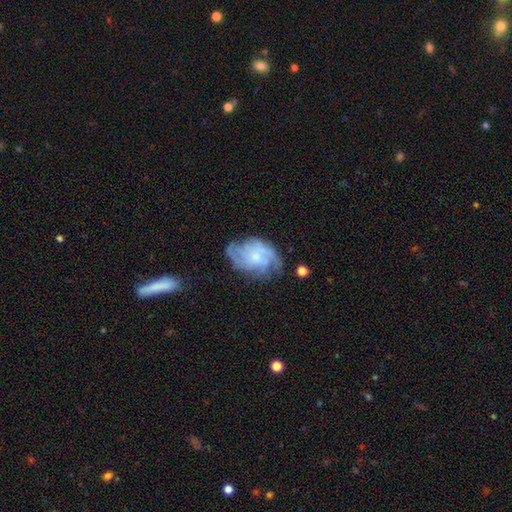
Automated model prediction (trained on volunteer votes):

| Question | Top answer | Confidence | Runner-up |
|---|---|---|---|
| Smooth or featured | featured or disk | 73% | smooth (19%) |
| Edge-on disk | no | 97% | yes (3%) |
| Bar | no | 72% | weak (24%) |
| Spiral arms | yes | 91% | no (9%) |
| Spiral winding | tight | 43% | medium (40%) |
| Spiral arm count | can't tell | 34% | 3 (22%) |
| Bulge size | small | 55% | moderate (27%) |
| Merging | none | 64% | minor disturbance (23%) |